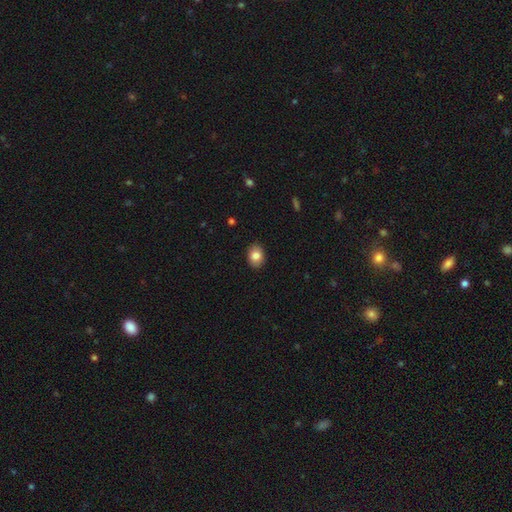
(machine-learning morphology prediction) This is clearly a smooth galaxy (84%). How rounded: likely in between (67%). Merging: clearly none (89%).